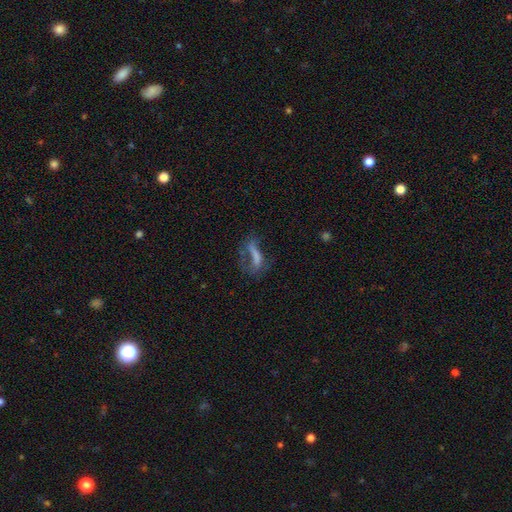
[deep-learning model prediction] Overall: smooth (43%; featured or disk 39%). Merging: major disturbance (38%; none 37%).